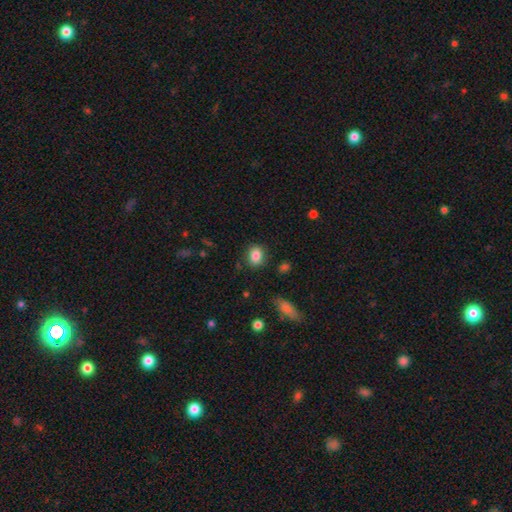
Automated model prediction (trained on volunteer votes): Smooth or featured? smooth (85%)
How rounded? in between (56%)
Merging? none (84%)